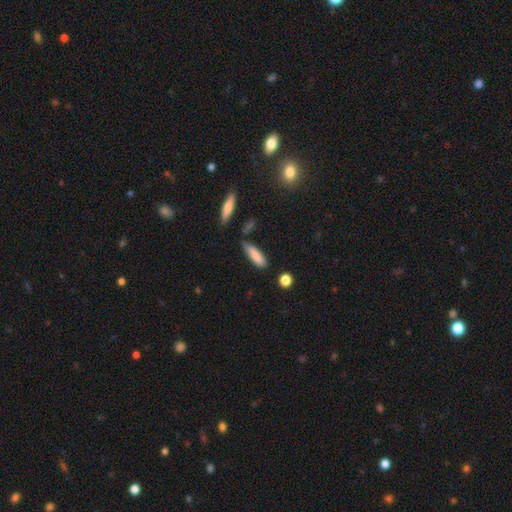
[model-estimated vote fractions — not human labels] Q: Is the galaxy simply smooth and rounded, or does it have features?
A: smooth — 82%.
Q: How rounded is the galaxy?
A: cigar-shaped — 65%.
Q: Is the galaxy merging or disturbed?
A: none — 65%.